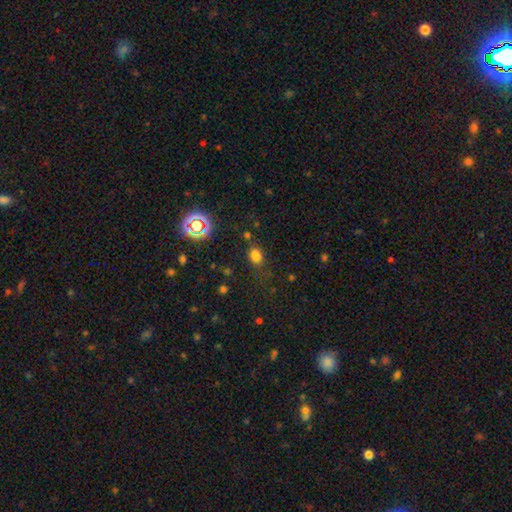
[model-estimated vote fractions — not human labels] A smooth galaxy with no disk features (73%) that is in between round and cigar-shaped (71%). Merging: none (70%).